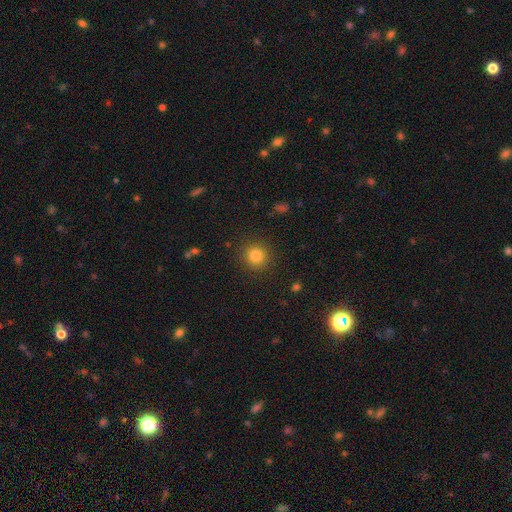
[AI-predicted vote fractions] The model was most divided on "smooth or featured": smooth: 83%, star or artifact: 12%, featured or disk: 5%. More confident: how rounded — round (93%); merging — none (90%).